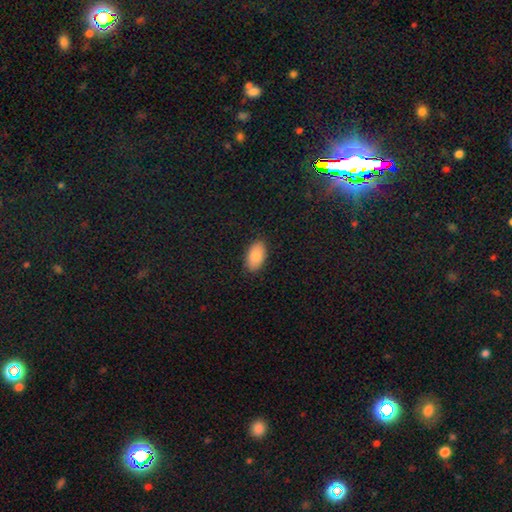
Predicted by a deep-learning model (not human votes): smooth_or_featured: smooth (p=0.87) [alt: featured or disk p=0.07]
how_rounded: in between (p=0.95) [alt: round p=0.04]
merging: none (p=0.87) [alt: minor disturbance p=0.10]